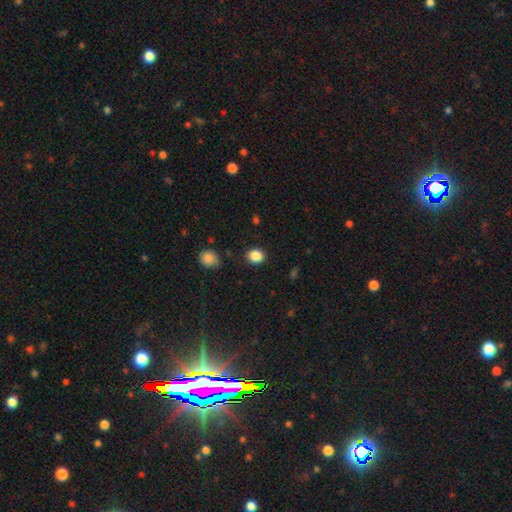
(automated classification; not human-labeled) Smooth or featured? smooth (86%)
How rounded? round (74%)
Merging? none (86%)